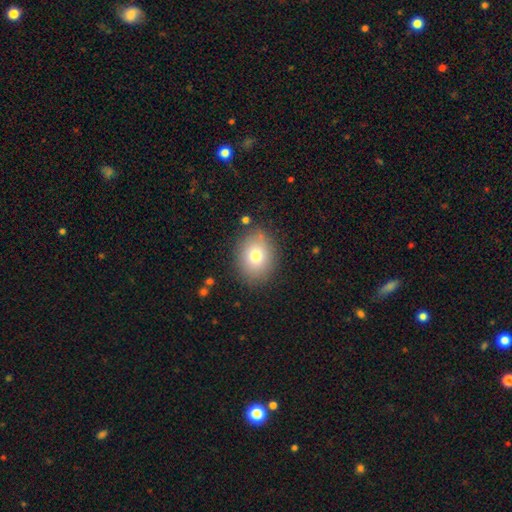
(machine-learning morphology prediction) Q: Smooth or featured?
A: smooth (77%); runner-up: featured or disk (13%)
Q: How rounded?
A: in between (53%); runner-up: round (46%)
Q: Merging?
A: none (85%); runner-up: minor disturbance (10%)